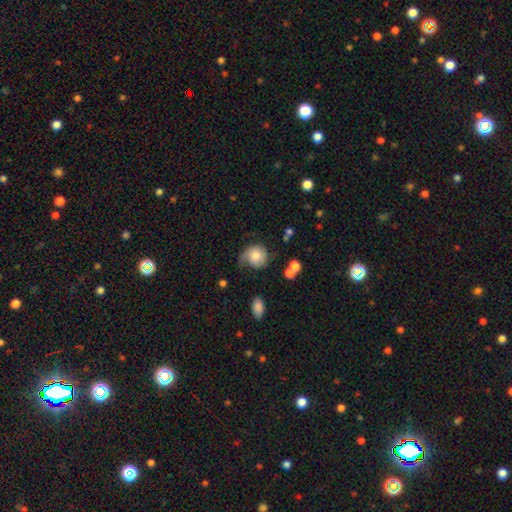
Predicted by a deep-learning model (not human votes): A smooth galaxy with no disk features (49%).

Vote fractions:
- Smooth or featured? smooth: 49% / featured or disk: 43% / star or artifact: 8%
- Merging? none: 40% / minor disturbance: 30% / major disturbance: 26% / merger: 4%